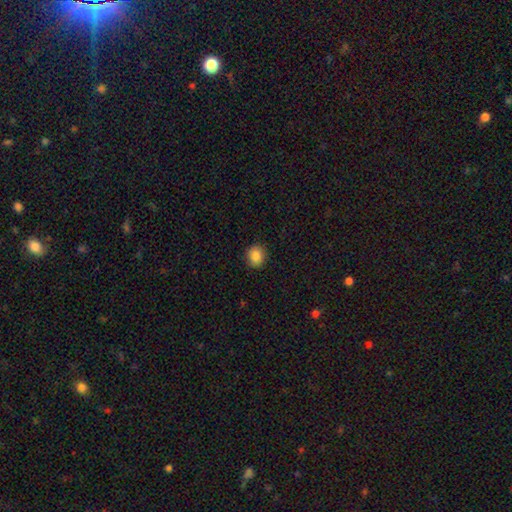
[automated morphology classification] Smooth or featured? Predicted: smooth (p=0.86). How rounded? Predicted: round (p=0.76). Merging? Predicted: none (p=0.90).